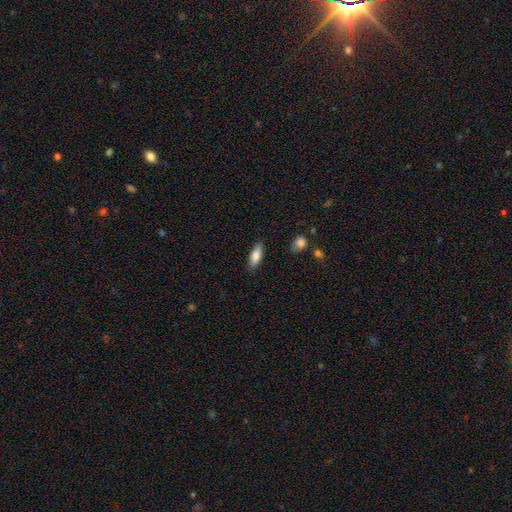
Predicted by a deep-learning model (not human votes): smooth-or-featured: smooth: 79% | featured or disk: 15% | star or artifact: 6%
  how-rounded: in between: 63% | cigar-shaped: 34% | round: 2%
  merging: none: 86% | minor disturbance: 10% | major disturbance: 2% | merger: 1%